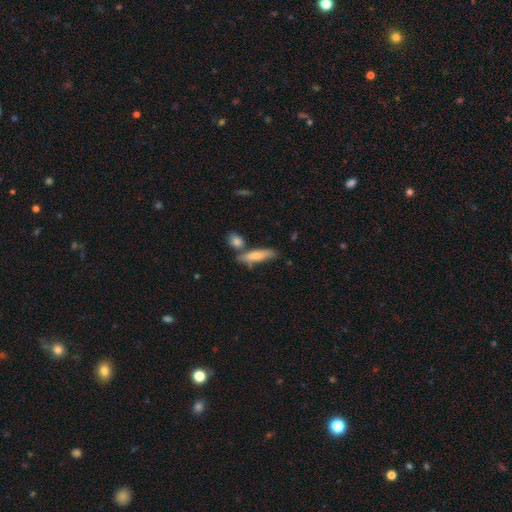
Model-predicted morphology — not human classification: smooth_or_featured: smooth (p=0.75) [alt: featured or disk p=0.19]
how_rounded: cigar-shaped (p=0.67) [alt: in between p=0.31]
merging: none (p=0.63) [alt: merger p=0.18]